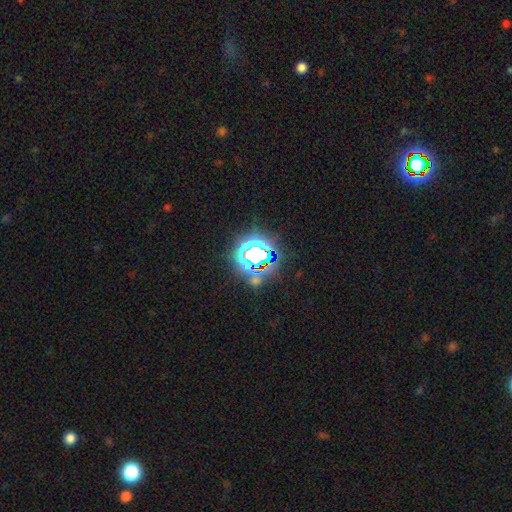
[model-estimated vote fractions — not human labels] Morphology: type=star or artifact (70%).